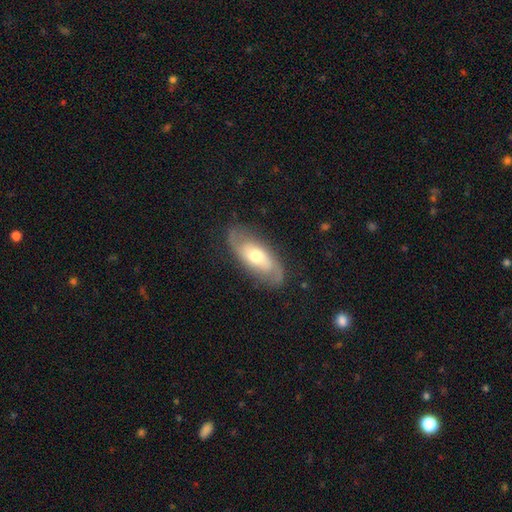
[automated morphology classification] Smooth or featured?
  - featured or disk: 62% *
  - smooth: 32%
  - star or artifact: 6%
Edge-on disk?
  - no: 87% *
  - yes: 13%
Bar?
  - no: 64% *
  - weak: 27%
  - strong: 9%
Spiral arms?
  - yes: 80% *
  - no: 20%
Bulge size?
  - moderate: 67% *
  - small: 21%
  - large: 10%
  - dominant: 1%
  - none: 1%
Merging?
  - none: 79% *
  - minor disturbance: 15%
  - major disturbance: 5%
  - merger: 1%